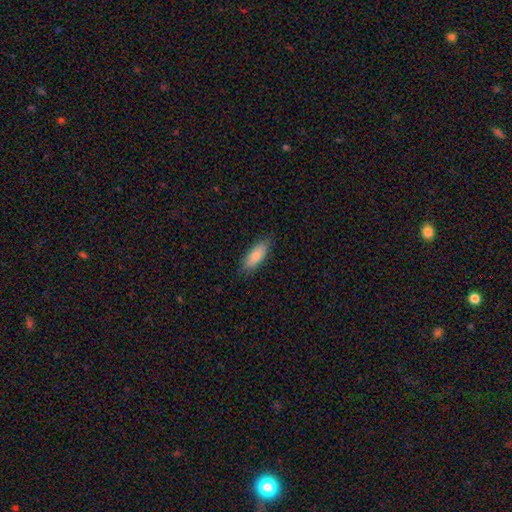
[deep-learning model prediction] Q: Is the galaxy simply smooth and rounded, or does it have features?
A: smooth — 79%.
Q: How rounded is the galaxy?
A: in between — 73%.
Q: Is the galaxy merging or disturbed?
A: none — 84%.